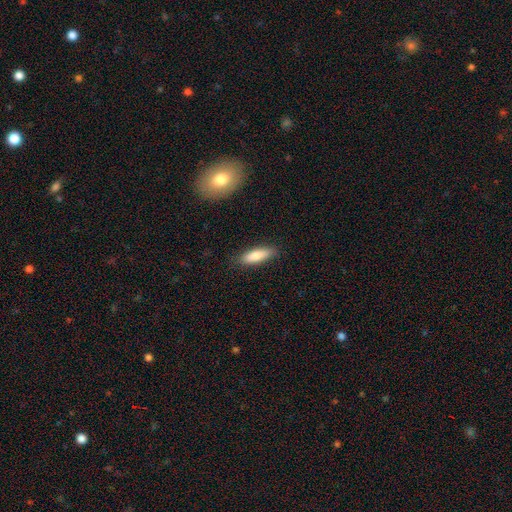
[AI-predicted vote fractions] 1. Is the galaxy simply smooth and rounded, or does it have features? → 79% smooth, 14% featured or disk, 6% star or artifact.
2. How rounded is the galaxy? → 54% cigar-shaped, 45% in between, 2% round.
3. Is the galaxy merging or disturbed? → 86% none, 11% minor disturbance, 2% major disturbance, 1% merger.